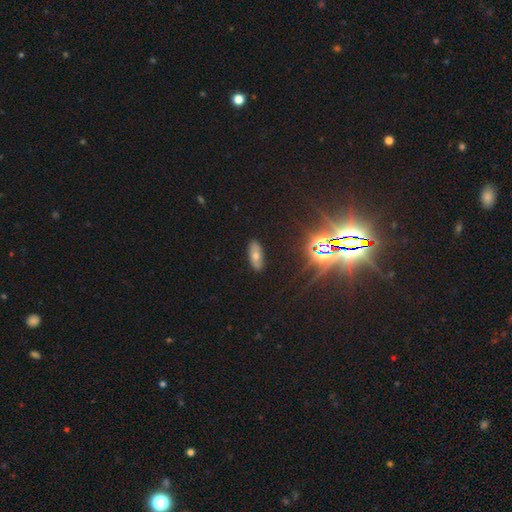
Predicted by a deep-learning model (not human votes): Smooth or featured? smooth (55%)
How rounded? in between (80%)
Merging? none (87%)